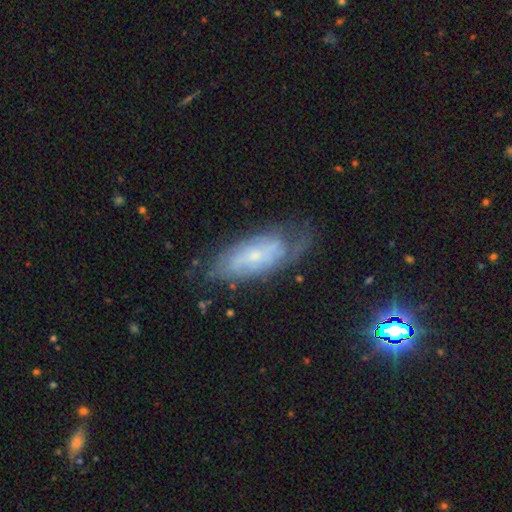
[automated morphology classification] featured or disk 66%, smooth 26%, star or artifact 8%. Down the decision tree: edge-on disk — no (87%); bar — no (67%); spiral arms — yes (82%); bulge size — small (75%); merging — none (61%).